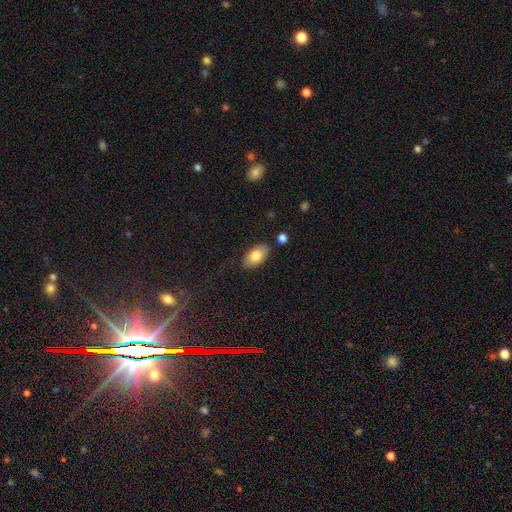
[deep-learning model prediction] smooth 80%, featured or disk 13%, star or artifact 7%. Down the decision tree: how rounded — in between (93%); merging — none (83%).